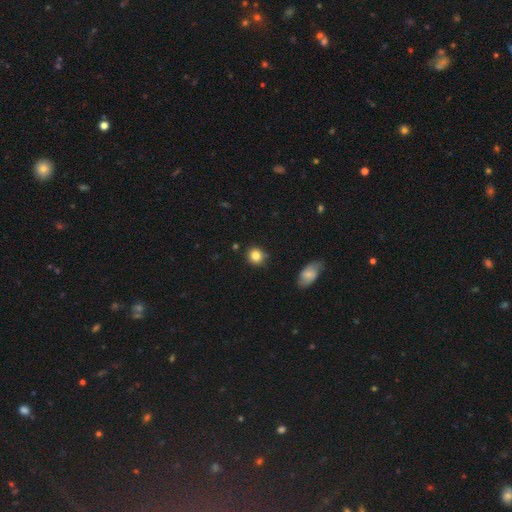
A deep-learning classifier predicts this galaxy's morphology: Smooth or featured? Predicted: smooth (p=0.83). How rounded? Predicted: round (p=0.85). Merging? Predicted: none (p=0.83).